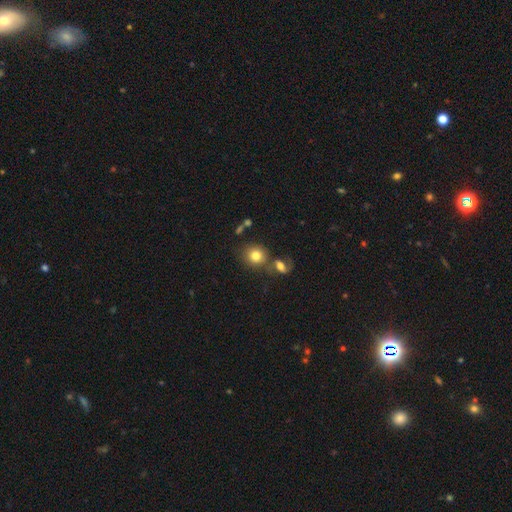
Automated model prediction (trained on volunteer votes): Smooth or featured? smooth (79%)
How rounded? round (81%)
Merging? none (62%)